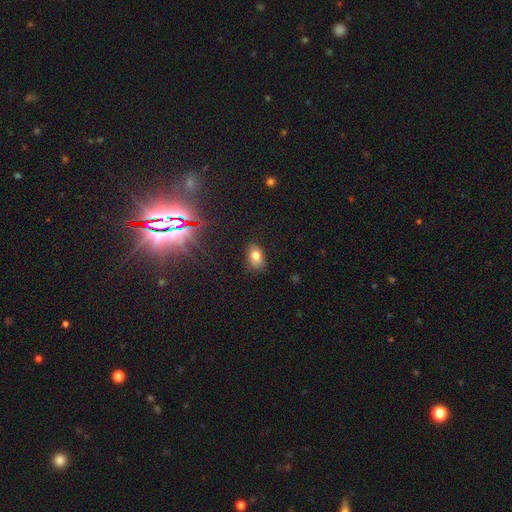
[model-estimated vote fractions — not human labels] A smooth galaxy with no disk features (76%) that is in between round and cigar-shaped (84%).

Vote fractions:
- Smooth or featured? smooth: 76% / star or artifact: 14% / featured or disk: 10%
- How rounded? in between: 84% / round: 14% / cigar-shaped: 2%
- Merging? none: 82% / minor disturbance: 14% / major disturbance: 3% / merger: 1%